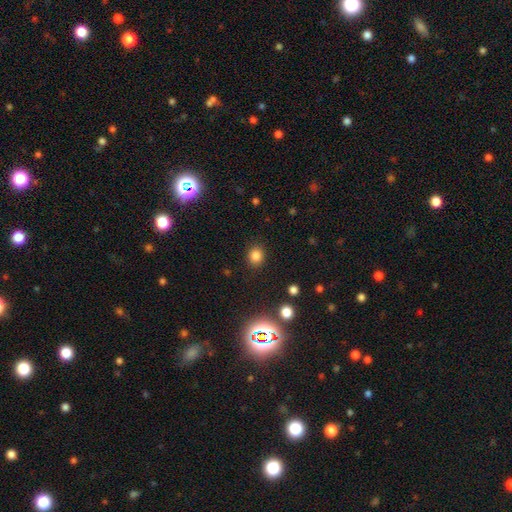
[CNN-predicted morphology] smooth-or-featured: smooth: 82% | star or artifact: 13% | featured or disk: 4%
  how-rounded: round: 77% | in between: 22% | cigar-shaped: 1%
  merging: none: 89% | minor disturbance: 7% | major disturbance: 3% | merger: 1%